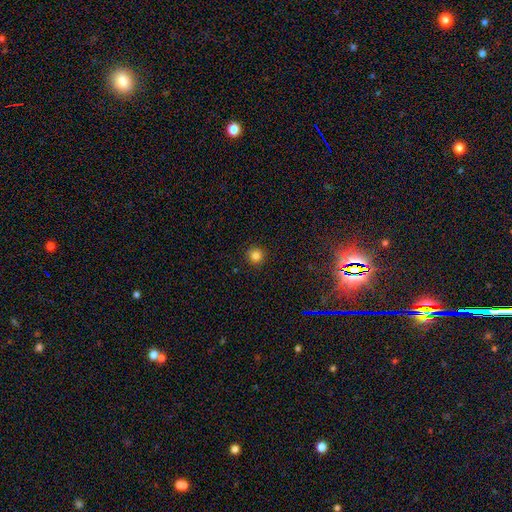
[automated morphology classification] A smooth galaxy with no disk features (82%) that is round (95%). Merging: none (92%).